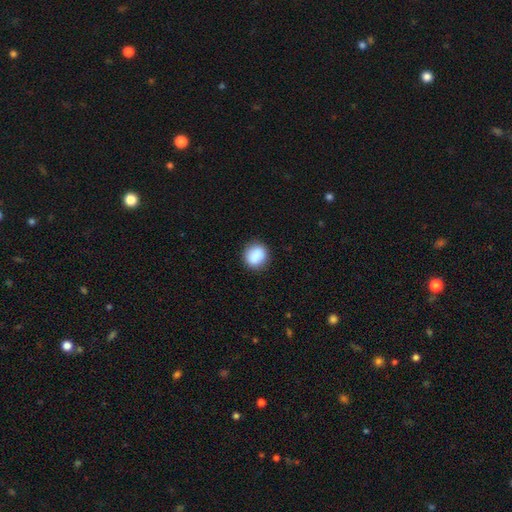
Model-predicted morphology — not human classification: This is clearly a smooth galaxy (88%). How rounded: likely round (78%). Merging: clearly none (86%).